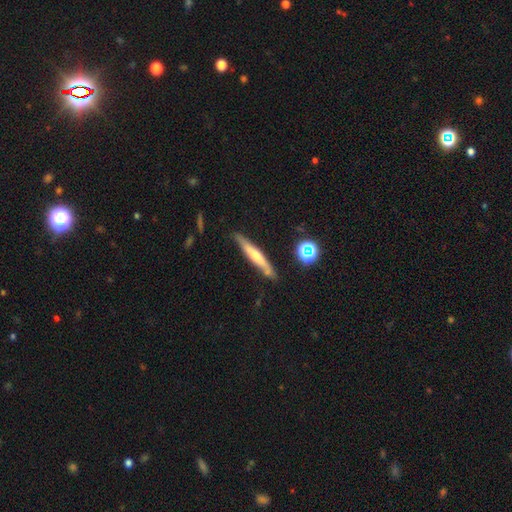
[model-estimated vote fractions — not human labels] A smooth galaxy with no disk features (47%). Merging: none (80%).